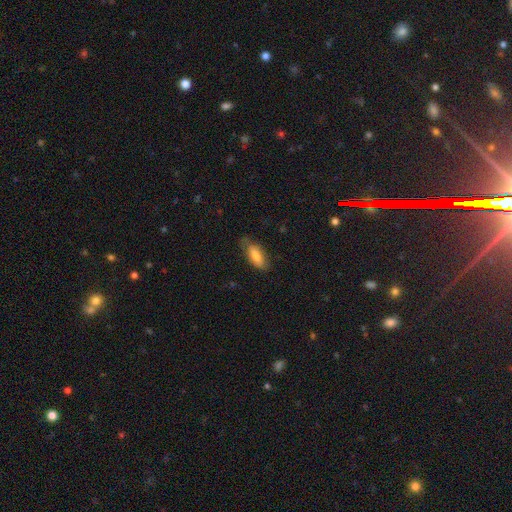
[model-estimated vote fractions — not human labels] This appears to be a smooth galaxy with no disk features (77%) that is in between round and cigar-shaped (75%). Merging: none (68%).